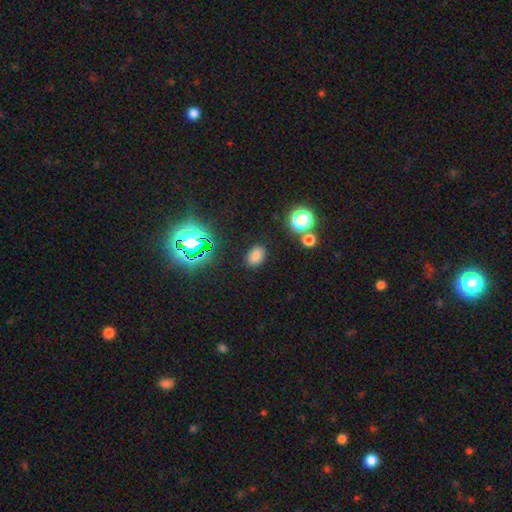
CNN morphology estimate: The model was most divided on "smooth or featured": smooth: 75%, star or artifact: 19%, featured or disk: 6%. More confident: merging — none (86%); how rounded — in between (79%).